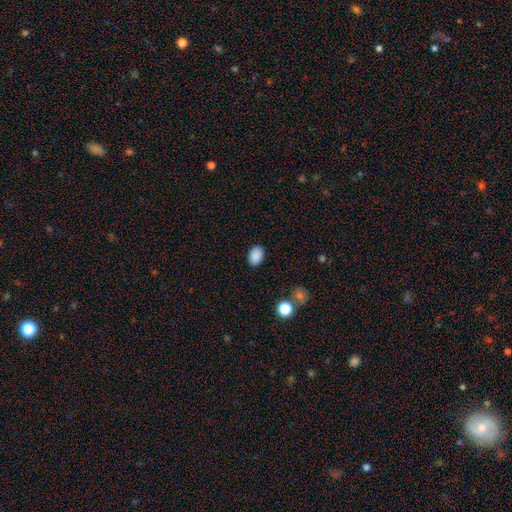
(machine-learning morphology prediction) type=smooth (89%); roundness=in between (83%); merging=none (89%).